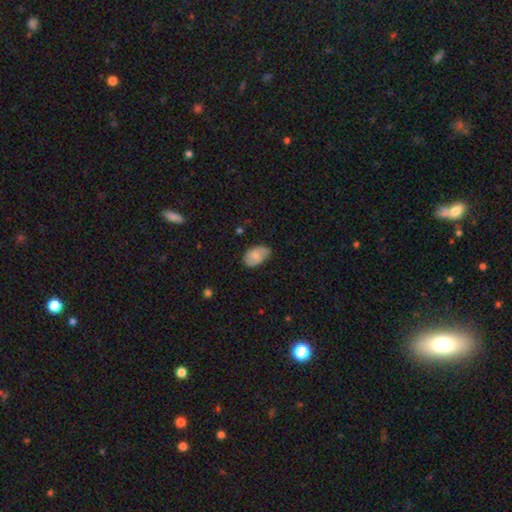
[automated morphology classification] smooth 64%, featured or disk 29%, star or artifact 7%. Down the decision tree: how rounded — in between (87%); merging — none (53%).